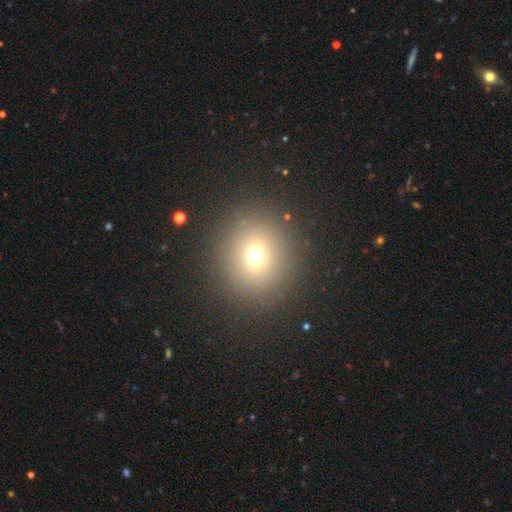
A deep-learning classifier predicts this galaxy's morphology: This appears to be a smooth galaxy with no disk features (68%) that is round (86%). Merging: none (88%).